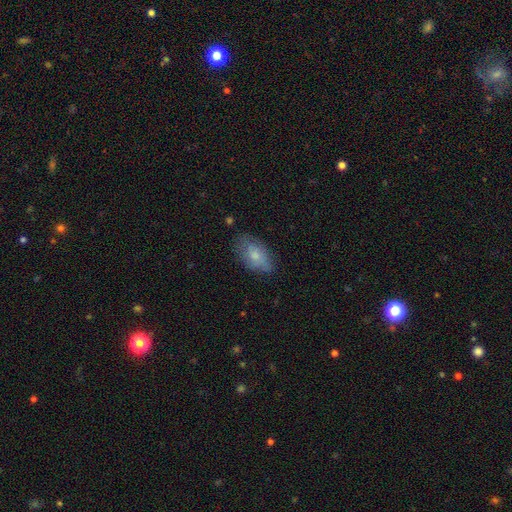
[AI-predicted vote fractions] Q: Smooth or featured?
A: smooth (71%); runner-up: featured or disk (21%)
Q: How rounded?
A: in between (92%); runner-up: round (5%)
Q: Merging?
A: none (67%); runner-up: minor disturbance (25%)